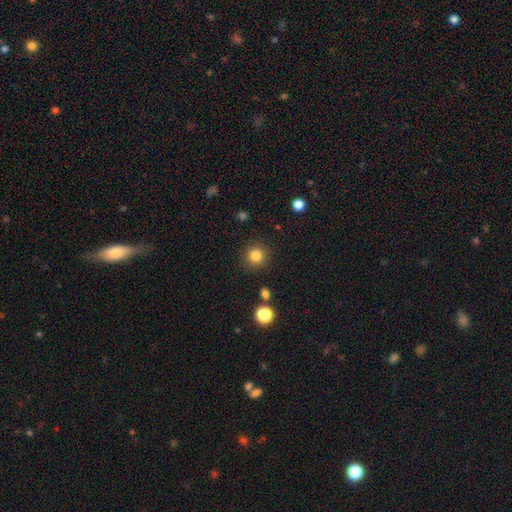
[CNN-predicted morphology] A smooth galaxy with no disk features (83%) that is round (94%). Merging: none (90%).